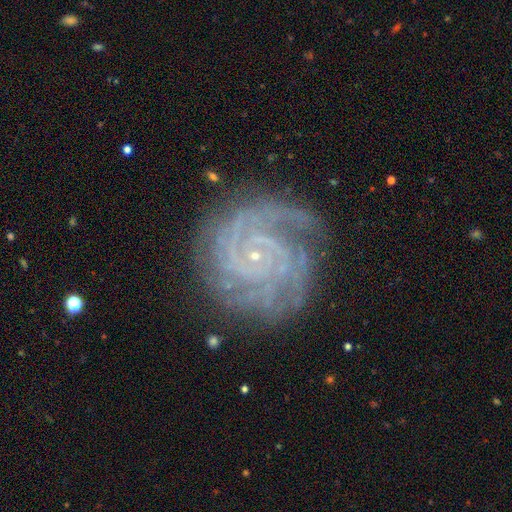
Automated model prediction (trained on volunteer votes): Q: Smooth or featured?
A: featured or disk (89%); runner-up: star or artifact (7%)
Q: Edge-on disk?
A: no (98%); runner-up: yes (2%)
Q: Bar?
A: no (70%); runner-up: weak (22%)
Q: Spiral arms?
A: yes (98%); runner-up: no (2%)
Q: Spiral winding?
A: tight (79%); runner-up: medium (19%)
Q: Spiral arm count?
A: 3 (26%); runner-up: 4 (21%)
Q: Bulge size?
A: small (89%); runner-up: moderate (5%)
Q: Merging?
A: none (78%); runner-up: minor disturbance (16%)